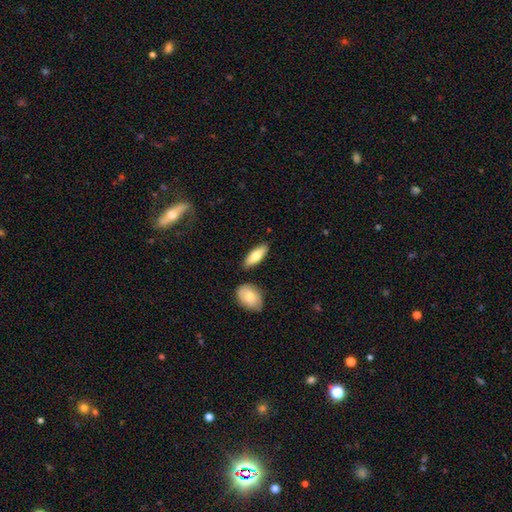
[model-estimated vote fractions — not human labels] Smooth or featured? Predicted: smooth (p=0.73). How rounded? Predicted: in between (p=0.72). Merging? Predicted: none (p=0.81).